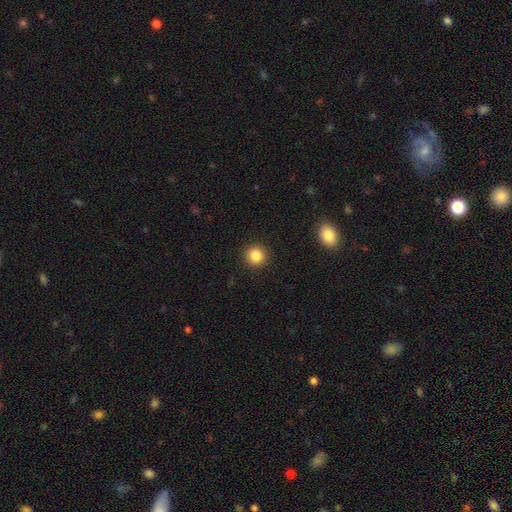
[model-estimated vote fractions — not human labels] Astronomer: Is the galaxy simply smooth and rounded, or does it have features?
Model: smooth — 86%.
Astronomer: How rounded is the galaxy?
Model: round — 94%.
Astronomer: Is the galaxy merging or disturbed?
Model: none — 92%.